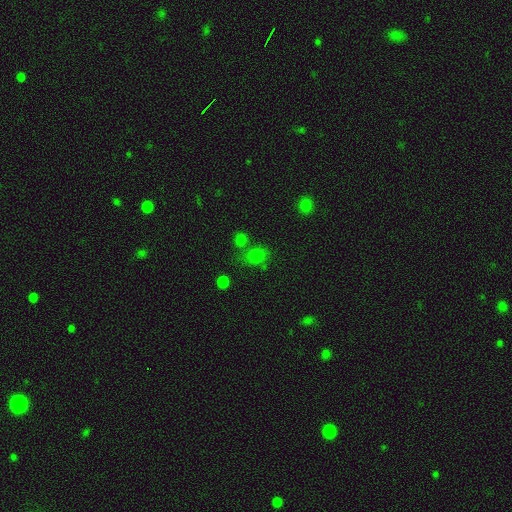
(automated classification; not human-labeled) Q: Smooth or featured?
A: smooth (73%); runner-up: star or artifact (20%)
Q: How rounded?
A: round (70%); runner-up: in between (28%)
Q: Merging?
A: none (62%); runner-up: merger (19%)